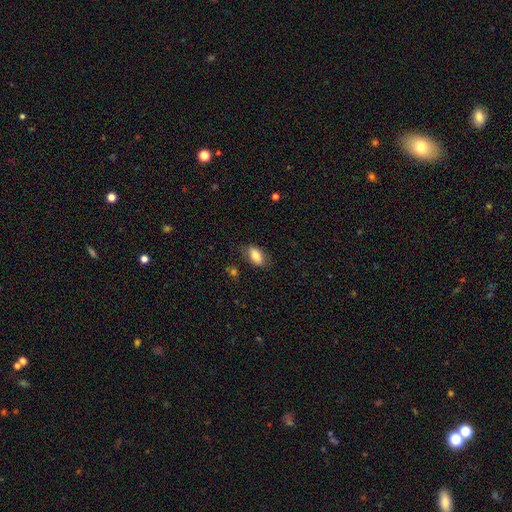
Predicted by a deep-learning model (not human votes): smooth-or-featured: smooth: 82% | featured or disk: 11% | star or artifact: 7%
  how-rounded: in between: 91% | round: 5% | cigar-shaped: 4%
  merging: none: 76% | minor disturbance: 17% | major disturbance: 5% | merger: 2%